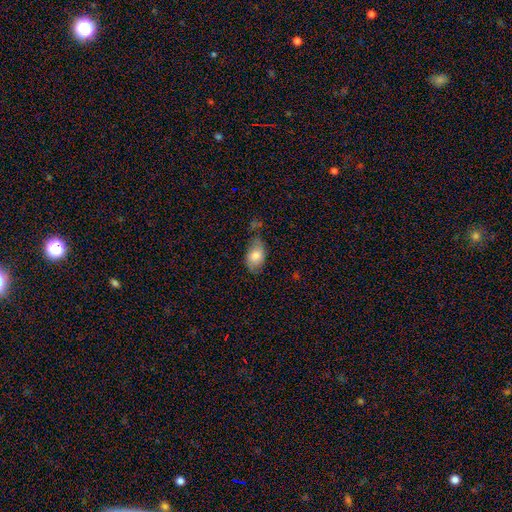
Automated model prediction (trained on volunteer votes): A smooth galaxy with no disk features (74%) that is in between round and cigar-shaped (91%). Merging: none (58%).